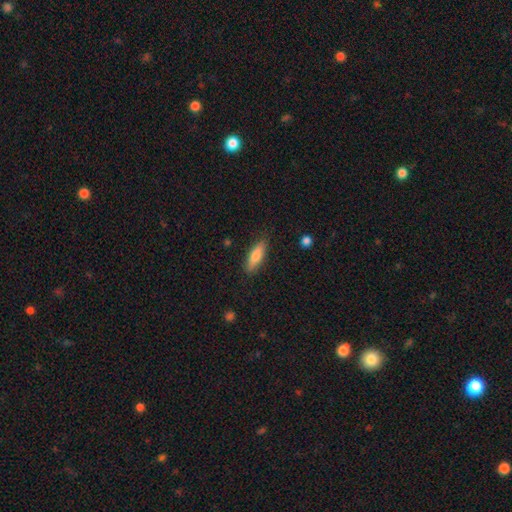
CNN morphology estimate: This is likely a smooth galaxy (73%). How rounded: possibly cigar-shaped (52%). Merging: clearly none (86%).